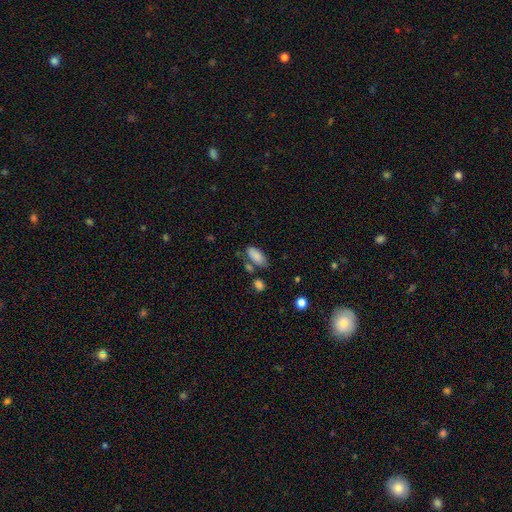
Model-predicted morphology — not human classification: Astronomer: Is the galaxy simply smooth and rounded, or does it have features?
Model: smooth — 84%.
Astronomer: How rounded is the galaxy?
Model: in between — 89%.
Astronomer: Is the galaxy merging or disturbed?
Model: none — 60%.